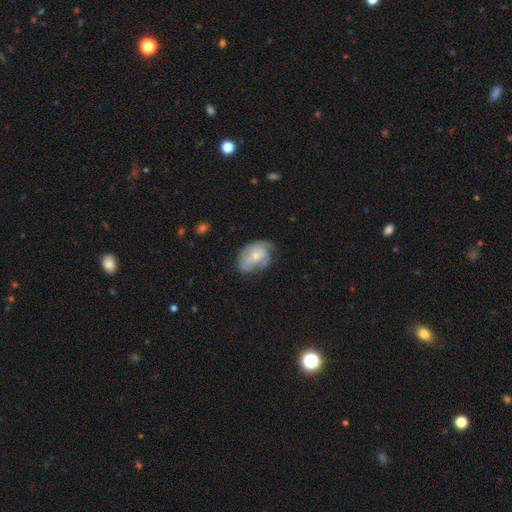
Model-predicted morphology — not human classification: featured or disk 50%, smooth 43%, star or artifact 7%. Down the decision tree: merging — none (46%).